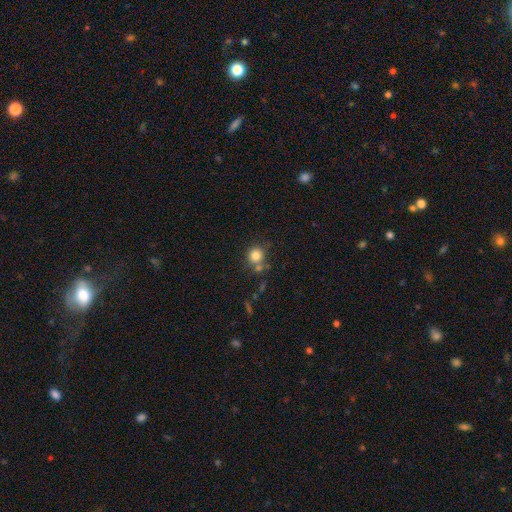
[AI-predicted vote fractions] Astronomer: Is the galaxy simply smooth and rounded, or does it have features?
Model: smooth — 82%.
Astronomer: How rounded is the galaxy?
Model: round — 89%.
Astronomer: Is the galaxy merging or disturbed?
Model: none — 65%.